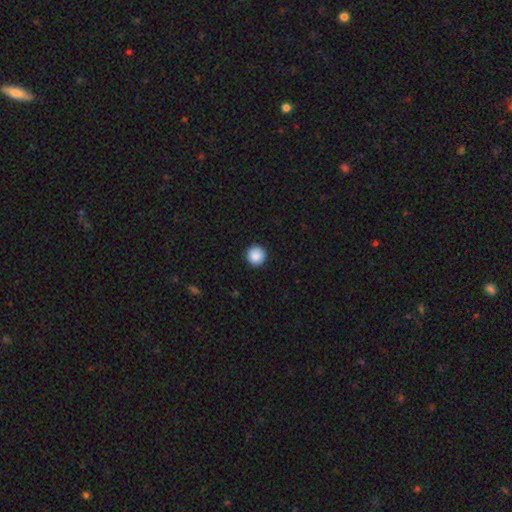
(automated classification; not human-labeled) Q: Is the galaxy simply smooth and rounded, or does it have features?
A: smooth — 89%.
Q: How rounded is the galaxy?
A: round — 96%.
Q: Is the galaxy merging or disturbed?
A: none — 94%.